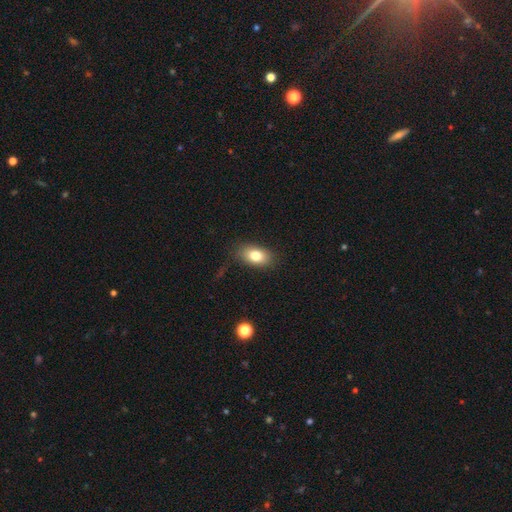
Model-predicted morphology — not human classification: Overall: smooth (80%). How rounded: in between (87%). Merging: none (80%).